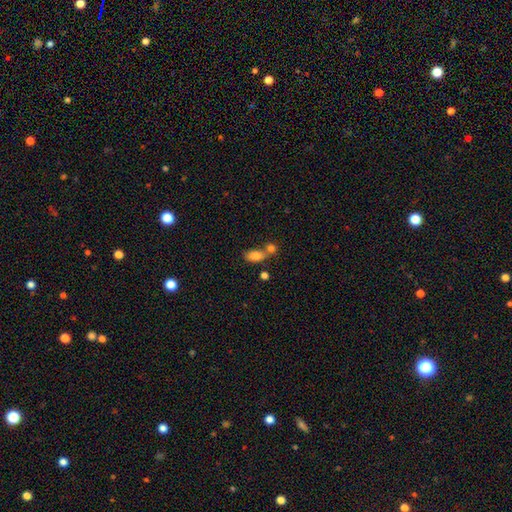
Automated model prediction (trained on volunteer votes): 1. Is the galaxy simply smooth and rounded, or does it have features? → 81% smooth, 9% star or artifact, 9% featured or disk.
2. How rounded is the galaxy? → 87% in between, 8% round, 5% cigar-shaped.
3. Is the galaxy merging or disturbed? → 46% merger, 39% none, 11% minor disturbance, 5% major disturbance.